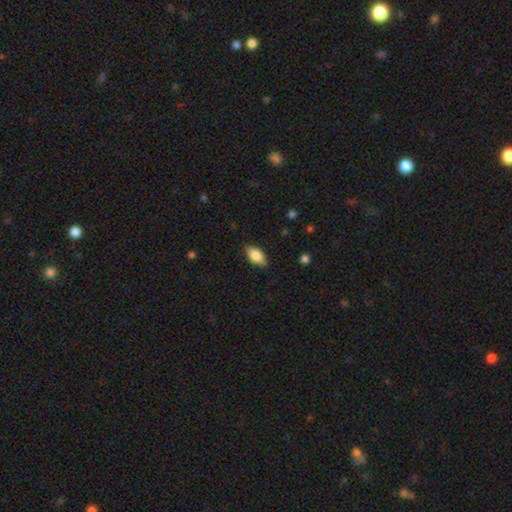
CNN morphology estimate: A smooth galaxy with no disk features (74%) that is in between round and cigar-shaped (89%).

Vote fractions:
- Smooth or featured? smooth: 74% / featured or disk: 19% / star or artifact: 7%
- How rounded? in between: 89% / cigar-shaped: 7% / round: 4%
- Merging? none: 84% / minor disturbance: 12% / major disturbance: 2% / merger: 1%